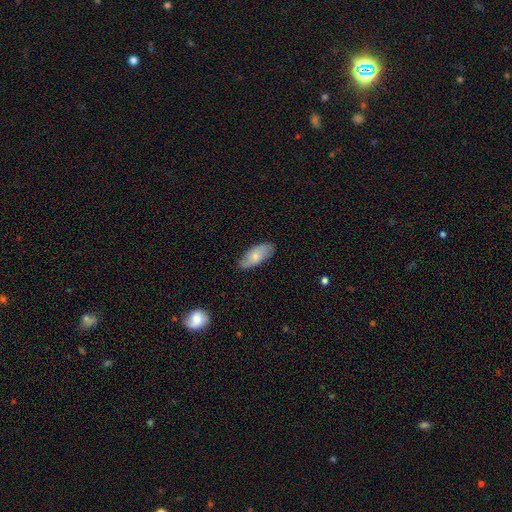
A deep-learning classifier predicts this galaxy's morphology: Smooth or featured: smooth — 73% (featured or disk — 21%)
How rounded: in between — 89% (cigar-shaped — 9%)
Merging: none — 80% (minor disturbance — 16%)